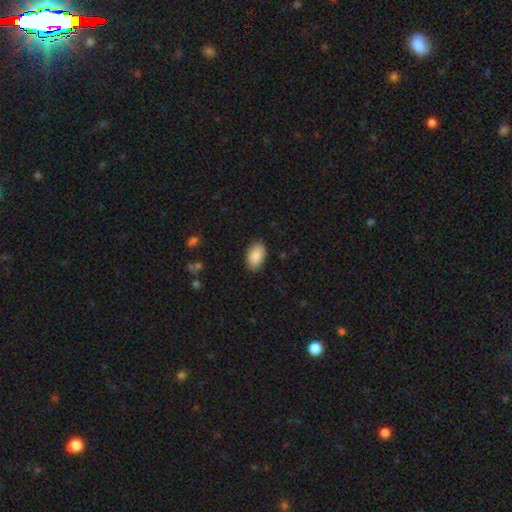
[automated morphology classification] A smooth galaxy with no disk features (88%) that is in between round and cigar-shaped (93%). Merging: none (85%).